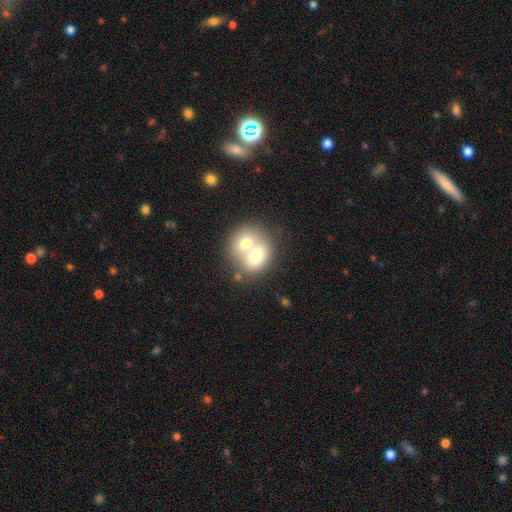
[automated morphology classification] This is likely a smooth galaxy (67%). How rounded: possibly round (59%). Merging: likely merger (72%).